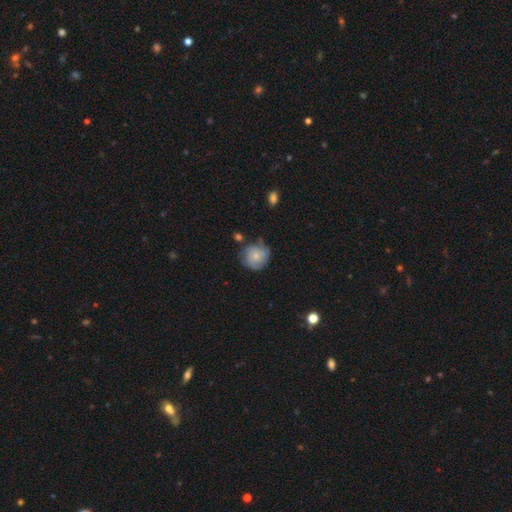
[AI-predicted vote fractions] smooth 49%, featured or disk 43%, star or artifact 8%. Down the decision tree: merging — none (62%).